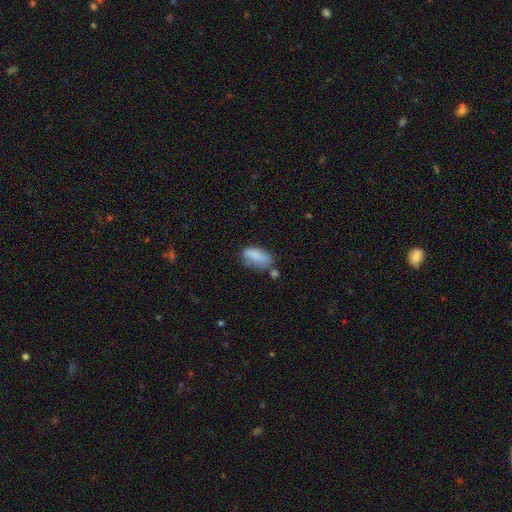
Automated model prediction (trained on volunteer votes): A smooth galaxy with no disk features (81%) that is in between round and cigar-shaped (87%). Merging: none (45%).